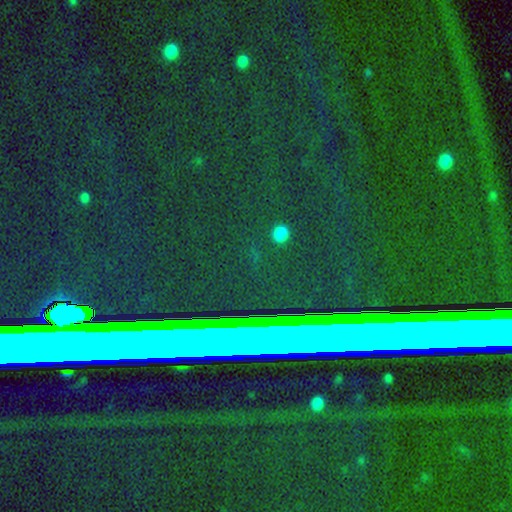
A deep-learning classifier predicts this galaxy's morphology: A star or artifact, not a galaxy (81%).